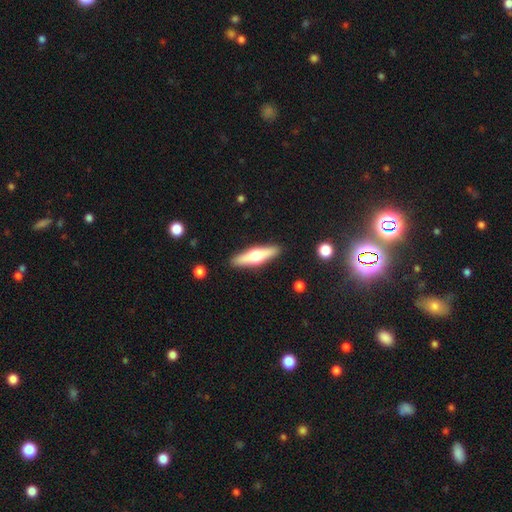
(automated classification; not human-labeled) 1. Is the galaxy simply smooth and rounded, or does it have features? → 56% featured or disk, 38% smooth, 5% star or artifact.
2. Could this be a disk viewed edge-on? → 94% yes, 6% no.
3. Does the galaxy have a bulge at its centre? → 94% rounded, 3% boxy, 2% none.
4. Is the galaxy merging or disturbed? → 90% none, 7% minor disturbance, 2% major disturbance, 1% merger.